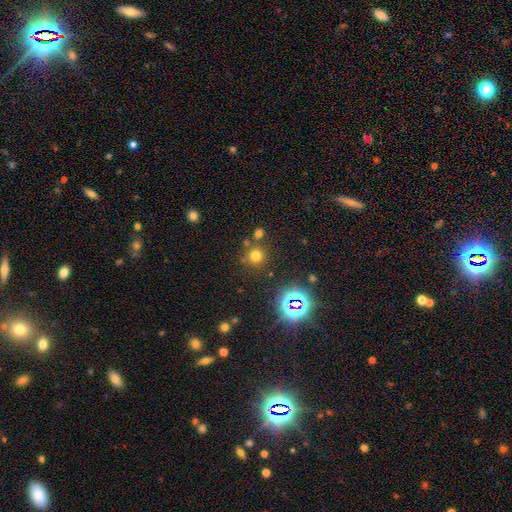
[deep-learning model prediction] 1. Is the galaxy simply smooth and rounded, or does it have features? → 66% smooth, 26% star or artifact, 8% featured or disk.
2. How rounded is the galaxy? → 92% round, 7% in between, 1% cigar-shaped.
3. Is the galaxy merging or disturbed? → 76% none, 12% merger, 8% minor disturbance, 4% major disturbance.